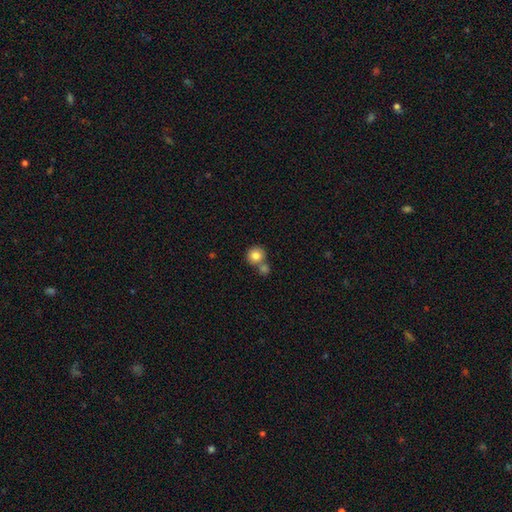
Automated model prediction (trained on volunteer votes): This is clearly a smooth galaxy (82%). How rounded: clearly round (91%). Merging: possibly none (58%).